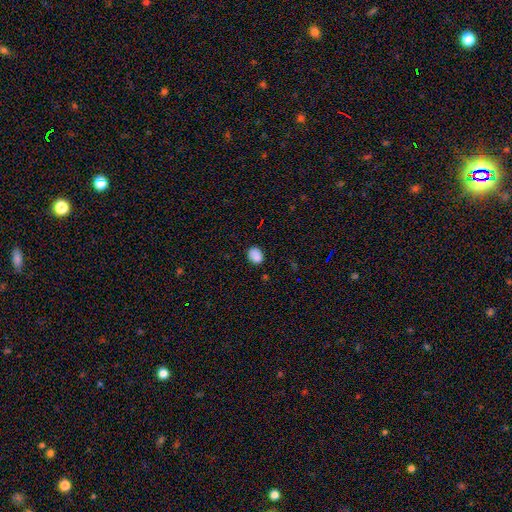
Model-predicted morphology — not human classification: A smooth galaxy with no disk features (87%) that is in between round and cigar-shaped (60%). Merging: none (82%).